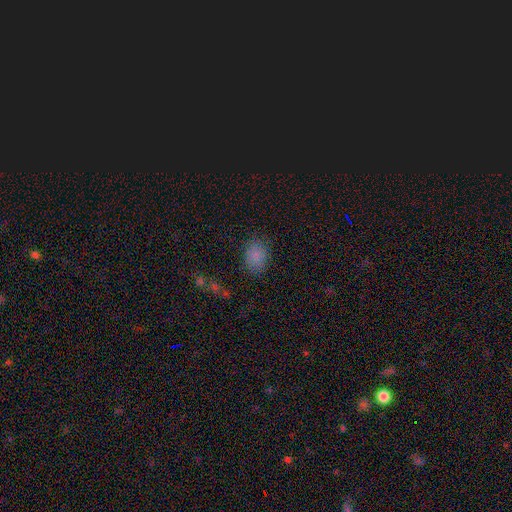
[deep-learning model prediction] This appears to be a smooth galaxy with no disk features (83%) that is in between round and cigar-shaped (75%). Merging: none (81%).